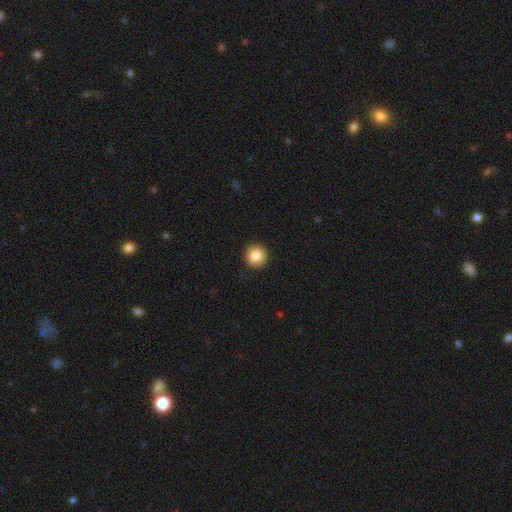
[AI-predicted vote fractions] Q: Smooth or featured?
A: smooth (86%); runner-up: star or artifact (9%)
Q: How rounded?
A: round (95%); runner-up: in between (4%)
Q: Merging?
A: none (93%); runner-up: minor disturbance (5%)